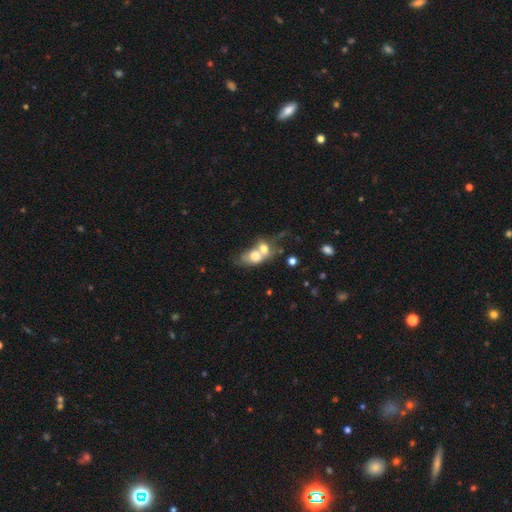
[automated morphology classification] type=smooth (65%); roundness=in between (63%); merging=merger (75%).